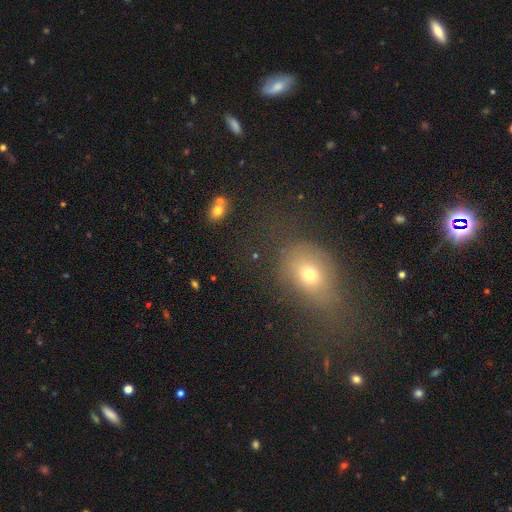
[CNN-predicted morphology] Smooth or featured? Predicted: smooth (p=0.59). How rounded? Predicted: in between (p=0.57). Merging? Predicted: none (p=0.51).